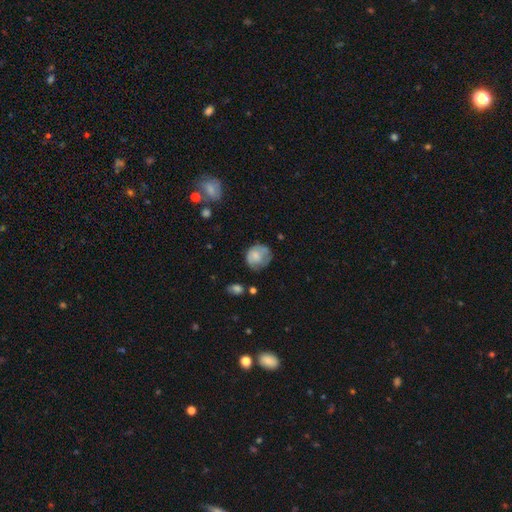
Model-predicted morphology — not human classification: Q: Smooth or featured?
A: smooth (66%); runner-up: featured or disk (26%)
Q: How rounded?
A: round (73%); runner-up: in between (26%)
Q: Merging?
A: none (53%); runner-up: minor disturbance (31%)